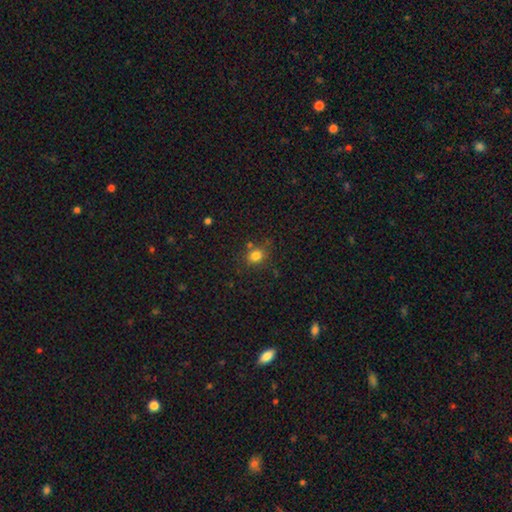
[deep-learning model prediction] Q: Smooth or featured?
A: smooth (81%); runner-up: star or artifact (13%)
Q: How rounded?
A: round (56%); runner-up: in between (43%)
Q: Merging?
A: none (73%); runner-up: minor disturbance (14%)